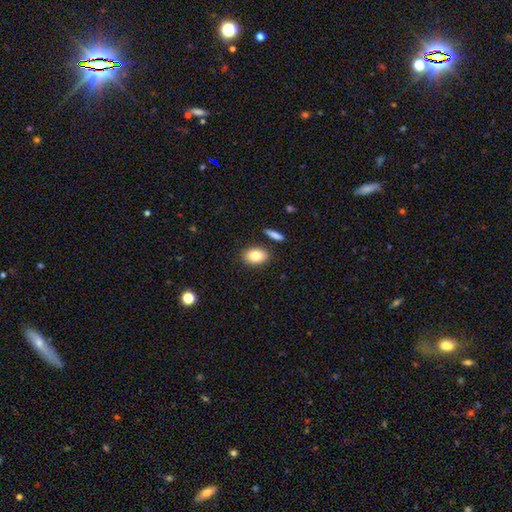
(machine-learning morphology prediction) Smooth or featured?
  - smooth: 83% *
  - featured or disk: 9%
  - star or artifact: 8%
How rounded?
  - in between: 82% *
  - round: 16%
  - cigar-shaped: 2%
Merging?
  - none: 84% *
  - minor disturbance: 9%
  - merger: 5%
  - major disturbance: 2%